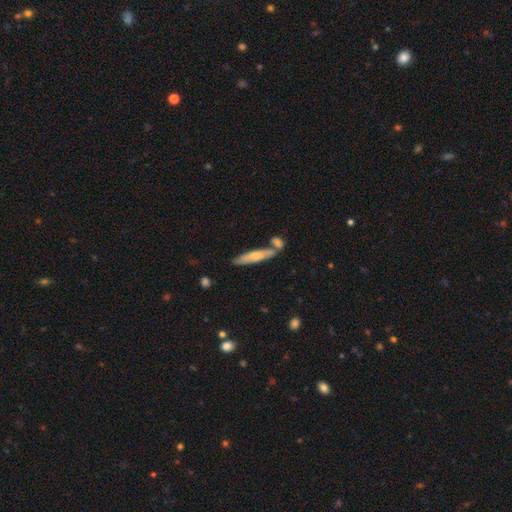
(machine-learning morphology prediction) Smooth or featured?
  - smooth: 63% *
  - featured or disk: 31%
  - star or artifact: 6%
How rounded?
  - cigar-shaped: 84% *
  - in between: 15%
  - round: 2%
Merging?
  - none: 61% *
  - merger: 22%
  - minor disturbance: 14%
  - major disturbance: 4%